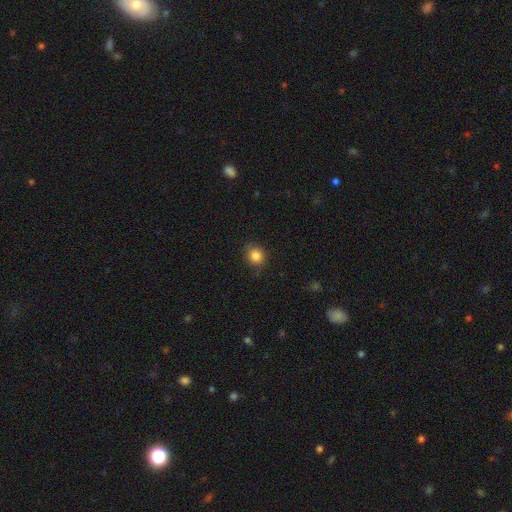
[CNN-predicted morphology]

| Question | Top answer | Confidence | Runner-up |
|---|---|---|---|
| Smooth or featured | smooth | 85% | star or artifact (10%) |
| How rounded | round | 84% | in between (15%) |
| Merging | none | 79% | minor disturbance (16%) |